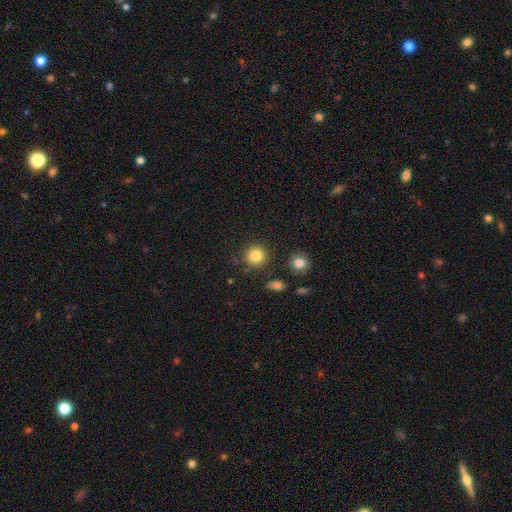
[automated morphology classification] Smooth or featured? smooth (85%)
How rounded? round (92%)
Merging? none (85%)